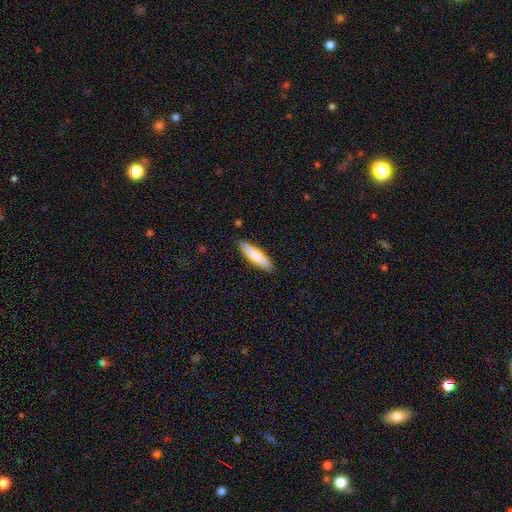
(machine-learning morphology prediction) smooth-or-featured: smooth: 80% | featured or disk: 15% | star or artifact: 5%
  how-rounded: cigar-shaped: 72% | in between: 27% | round: 1%
  merging: none: 87% | minor disturbance: 10% | major disturbance: 2% | merger: 1%